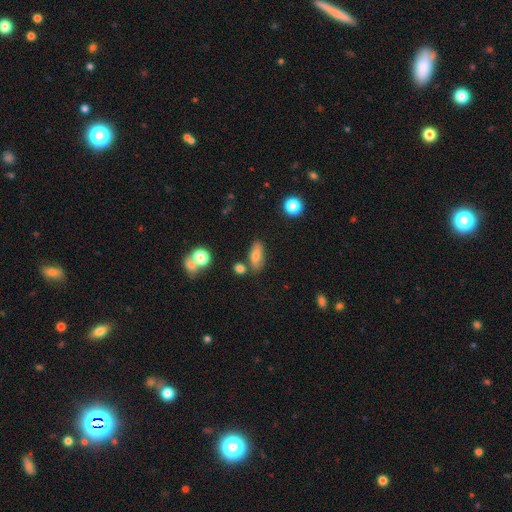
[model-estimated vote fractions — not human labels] Morphology: type=smooth (74%); roundness=in between (78%); merging=none (74%).